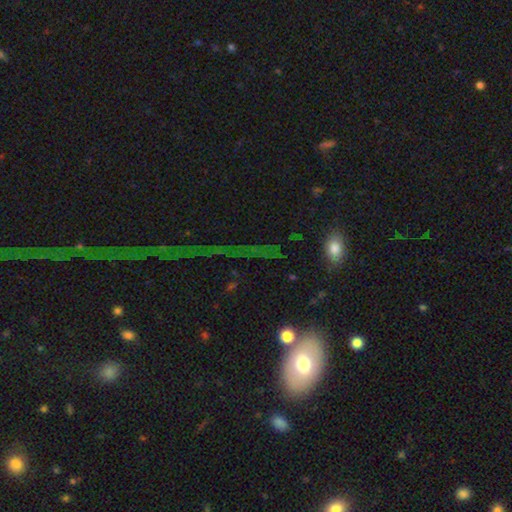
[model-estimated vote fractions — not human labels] Smooth or featured? Predicted: smooth (p=0.41). Merging? Predicted: none (p=0.71).